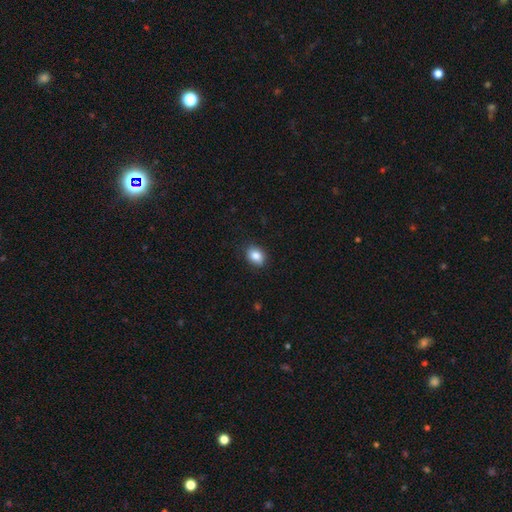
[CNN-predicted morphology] Overall: smooth (85%). How rounded: in between (65%; round 34%). Merging: none (85%).